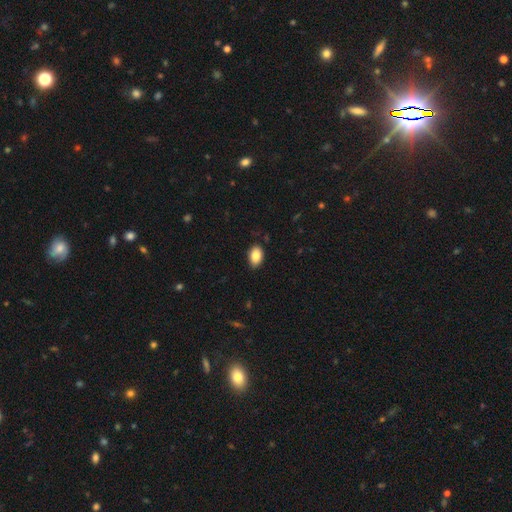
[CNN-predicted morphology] Smooth or featured? smooth (85%)
How rounded? in between (87%)
Merging? none (83%)